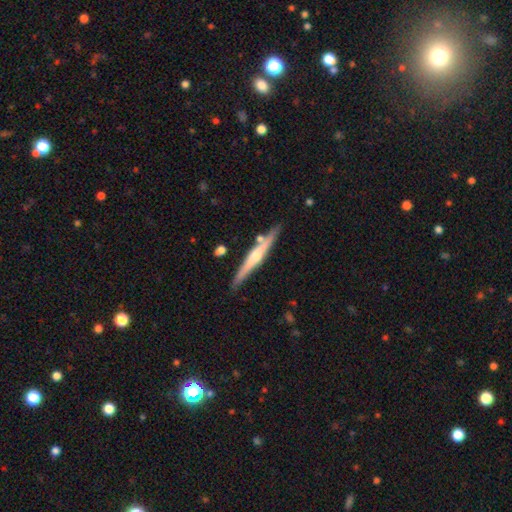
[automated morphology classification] smooth-or-featured: featured or disk: 68% | smooth: 27% | star or artifact: 5%
  disk-edge-on: yes: 97% | no: 3%
    edge-on-bulge: rounded: 81% | none: 12% | boxy: 7%
  merging: none: 83% | minor disturbance: 10% | merger: 5% | major disturbance: 2%